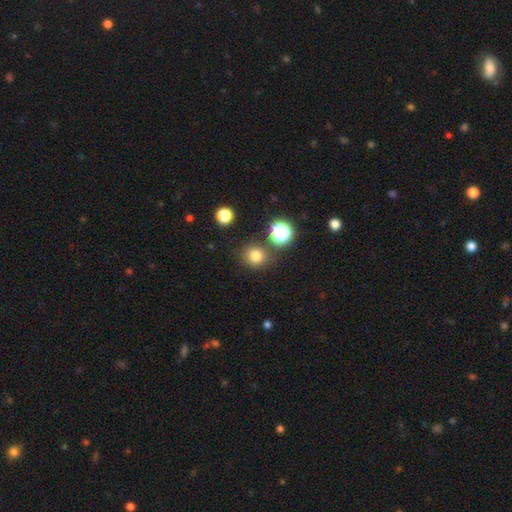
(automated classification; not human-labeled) This appears to be a smooth galaxy with no disk features (77%) that is round (86%). Merging: none (80%).